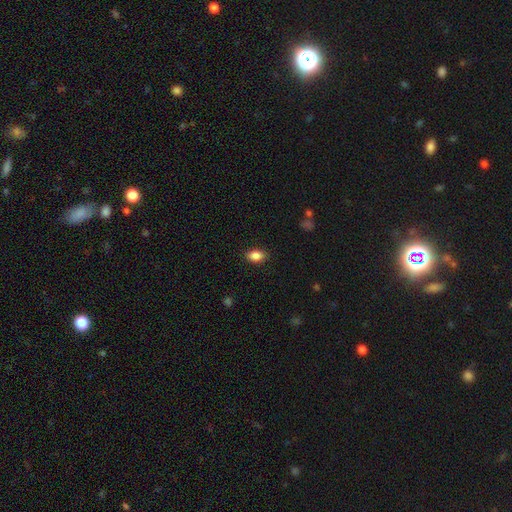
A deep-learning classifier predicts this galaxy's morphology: The model was most divided on "how rounded": in between: 86%, round: 12%, cigar-shaped: 2%. More confident: merging — none (87%); smooth or featured — smooth (87%).